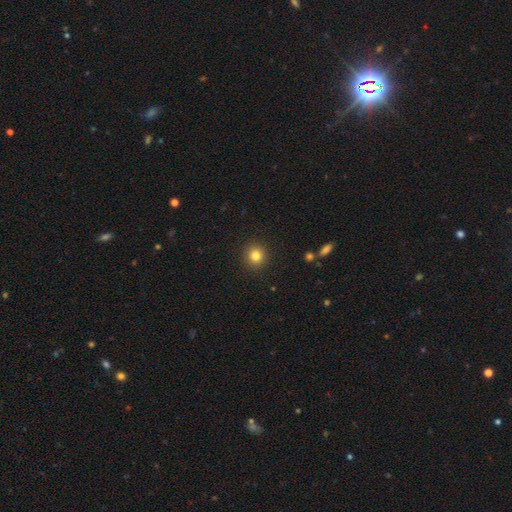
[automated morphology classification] This is clearly a smooth galaxy (82%). How rounded: clearly round (92%). Merging: clearly none (92%).